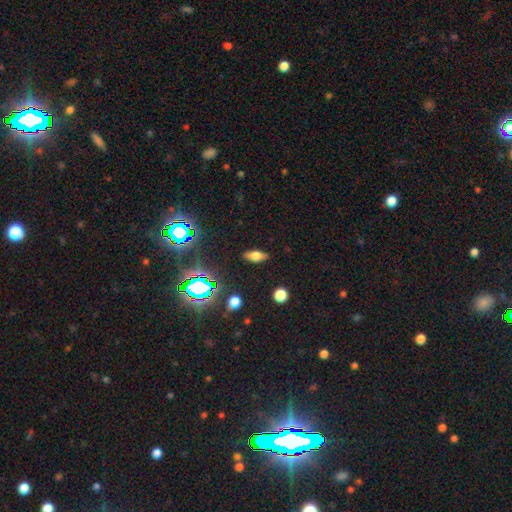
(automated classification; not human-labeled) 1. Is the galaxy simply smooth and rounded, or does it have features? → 65% smooth, 18% featured or disk, 17% star or artifact.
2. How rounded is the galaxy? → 80% in between, 15% cigar-shaped, 6% round.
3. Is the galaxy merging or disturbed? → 87% none, 9% minor disturbance, 2% major disturbance, 1% merger.